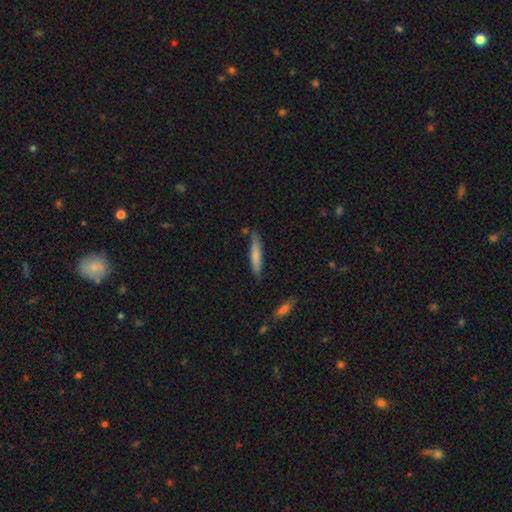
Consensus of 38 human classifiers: Overall: smooth (82%). How rounded: cigar-shaped (94%). Merging: none (79%).